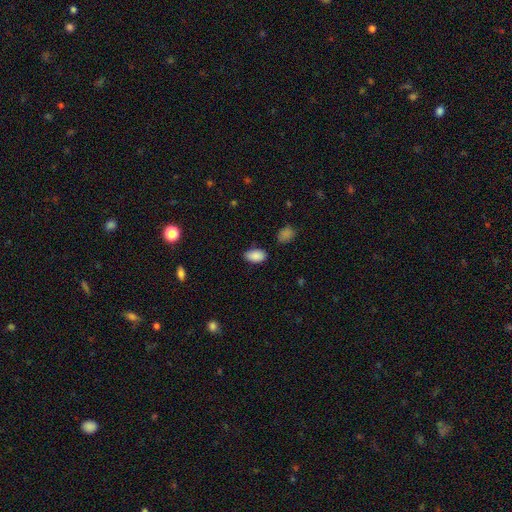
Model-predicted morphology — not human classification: smooth_or_featured: smooth (p=0.88) [alt: star or artifact p=0.08]
how_rounded: in between (p=0.93) [alt: round p=0.05]
merging: none (p=0.79) [alt: minor disturbance p=0.15]